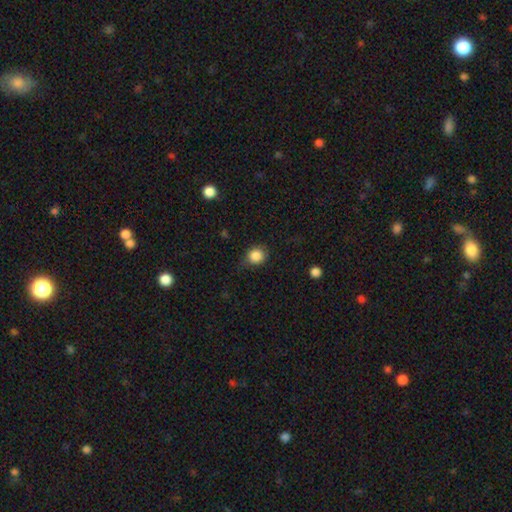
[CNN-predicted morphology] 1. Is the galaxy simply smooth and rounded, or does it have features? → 86% smooth, 10% star or artifact, 5% featured or disk.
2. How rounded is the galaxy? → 79% round, 20% in between, 1% cigar-shaped.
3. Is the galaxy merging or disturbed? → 69% none, 23% minor disturbance, 6% major disturbance, 2% merger.